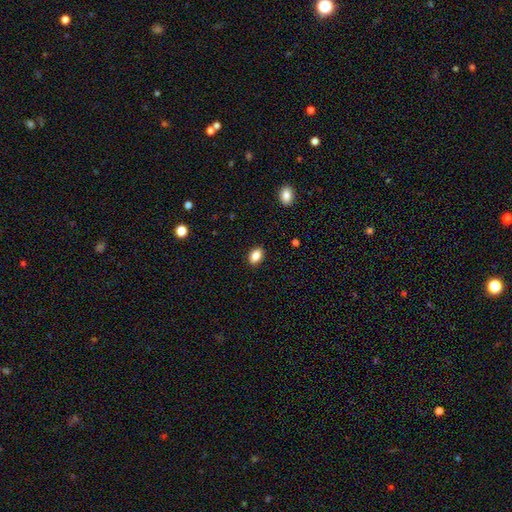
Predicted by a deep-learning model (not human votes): Overall: smooth (87%). How rounded: in between (85%). Merging: none (89%).